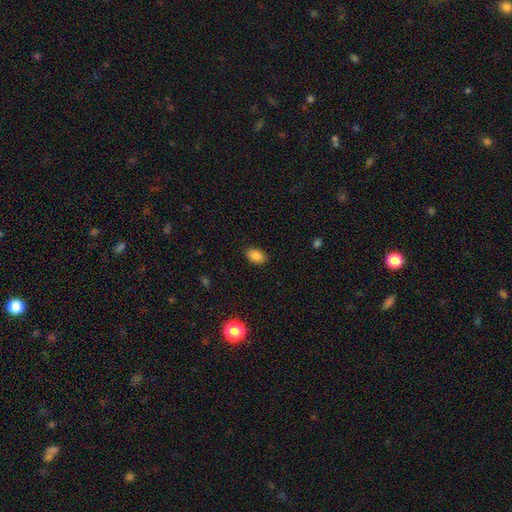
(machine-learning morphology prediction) smooth_or_featured: smooth (p=0.85) [alt: star or artifact p=0.10]
how_rounded: in between (p=0.86) [alt: round p=0.13]
merging: none (p=0.87) [alt: minor disturbance p=0.09]